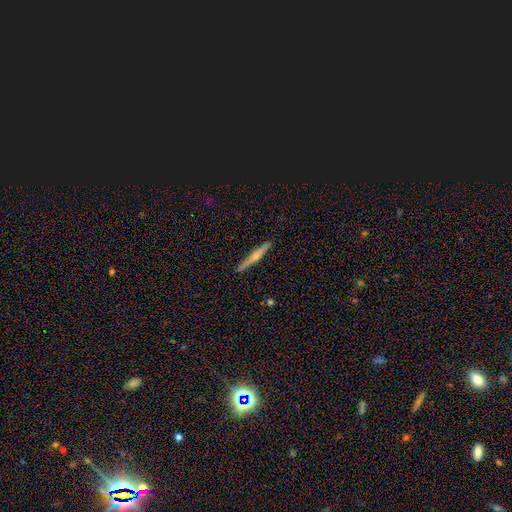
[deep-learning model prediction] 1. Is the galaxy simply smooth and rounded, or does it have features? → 64% featured or disk, 29% smooth, 7% star or artifact.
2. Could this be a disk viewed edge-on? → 98% yes, 2% no.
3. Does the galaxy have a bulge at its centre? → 77% rounded, 18% none, 6% boxy.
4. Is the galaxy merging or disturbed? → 91% none, 6% minor disturbance, 1% major disturbance, 1% merger.